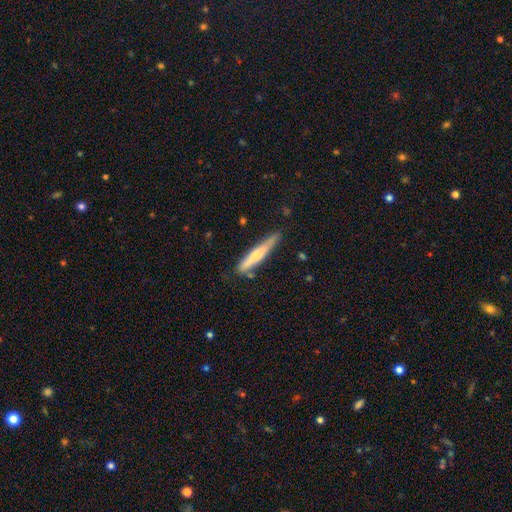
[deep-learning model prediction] smooth-or-featured: smooth: 55% | featured or disk: 40% | star or artifact: 6%
  how-rounded: cigar-shaped: 92% | in between: 6% | round: 1%
  merging: none: 71% | minor disturbance: 20% | merger: 5% | major disturbance: 4%